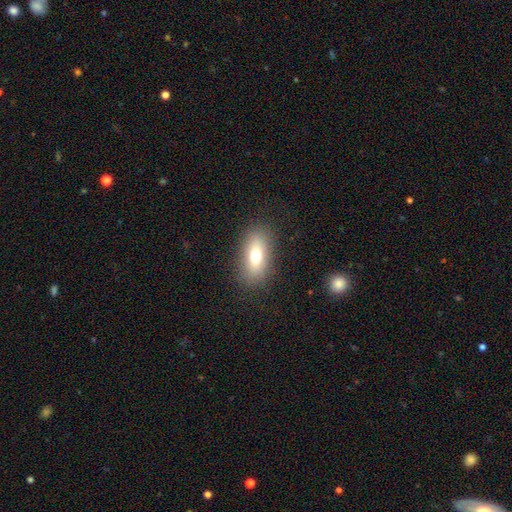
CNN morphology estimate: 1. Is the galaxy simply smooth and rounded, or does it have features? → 72% smooth, 18% featured or disk, 10% star or artifact.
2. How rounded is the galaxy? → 81% in between, 12% cigar-shaped, 7% round.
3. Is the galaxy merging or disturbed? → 86% none, 9% minor disturbance, 4% major disturbance, 1% merger.